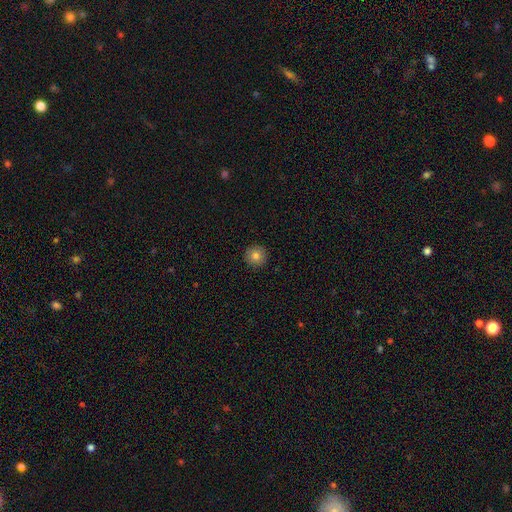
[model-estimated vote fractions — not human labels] Q: Smooth or featured?
A: smooth (81%); runner-up: star or artifact (10%)
Q: How rounded?
A: round (96%); runner-up: in between (3%)
Q: Merging?
A: none (93%); runner-up: minor disturbance (5%)